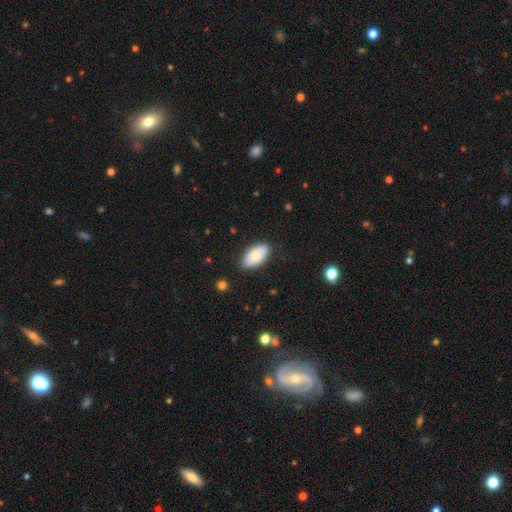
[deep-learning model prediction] The model was most divided on "smooth or featured": smooth: 72%, featured or disk: 21%, star or artifact: 7%. More confident: how rounded — in between (94%); merging — none (83%).